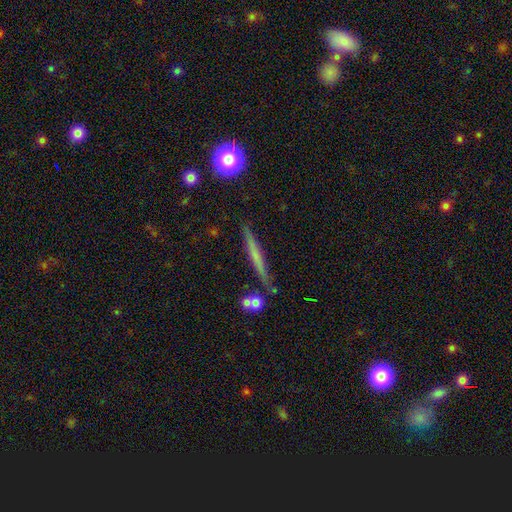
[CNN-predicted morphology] smooth_or_featured: smooth (p=0.47) [alt: featured or disk p=0.44]
merging: none (p=0.84) [alt: minor disturbance p=0.10]